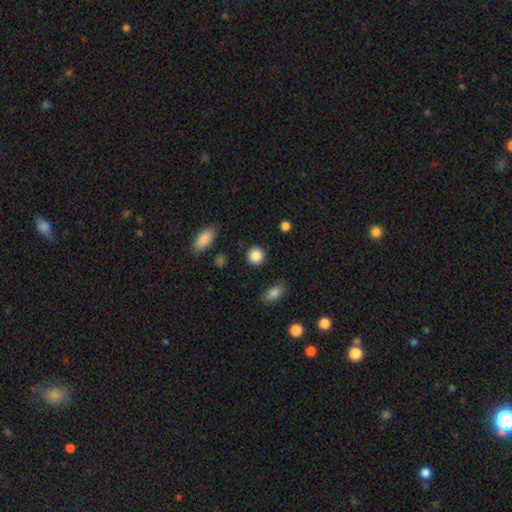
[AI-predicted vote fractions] smooth 87%, star or artifact 9%, featured or disk 4%. Down the decision tree: how rounded — round (89%); merging — none (89%).